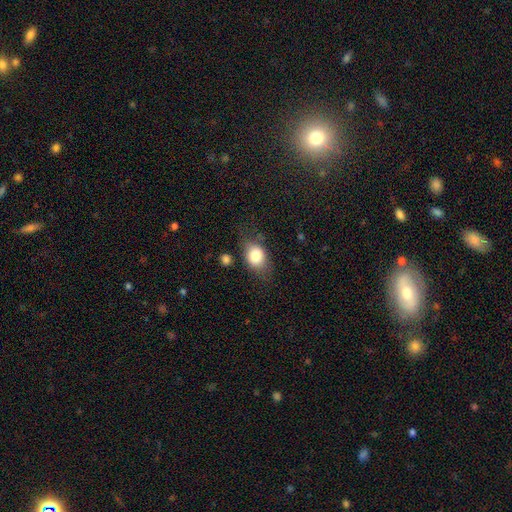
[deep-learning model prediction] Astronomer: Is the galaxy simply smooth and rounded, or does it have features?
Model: smooth — 80%.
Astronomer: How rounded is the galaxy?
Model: in between — 69%.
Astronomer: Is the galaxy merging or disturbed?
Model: none — 65%.